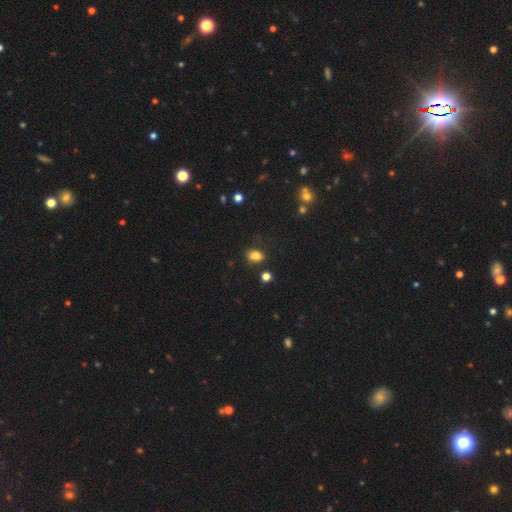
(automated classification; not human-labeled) A smooth galaxy with no disk features (81%) that is in between round and cigar-shaped (65%). Merging: none (74%).